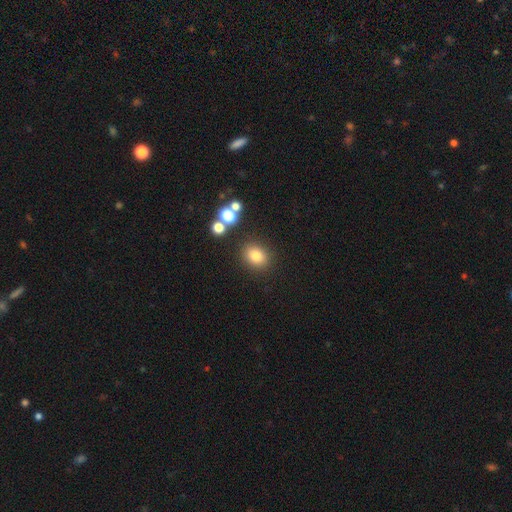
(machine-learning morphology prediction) Smooth or featured? smooth (80%)
How rounded? round (53%)
Merging? none (83%)